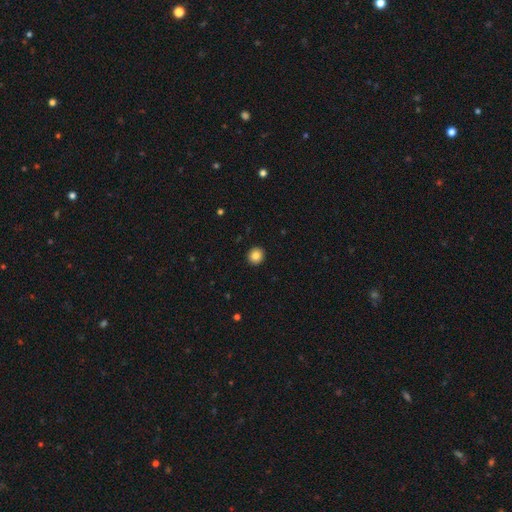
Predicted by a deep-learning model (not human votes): smooth-or-featured: smooth: 84% | star or artifact: 10% | featured or disk: 6%
  how-rounded: round: 91% | in between: 8% | cigar-shaped: 1%
  merging: none: 93% | minor disturbance: 4% | major disturbance: 1% | merger: 1%